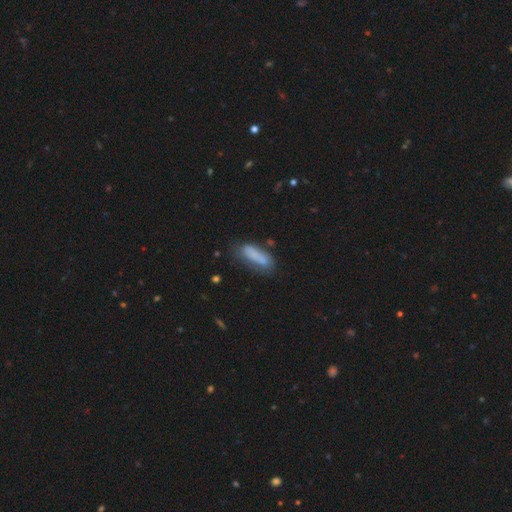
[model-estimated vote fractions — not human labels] A smooth galaxy with no disk features (76%) that is in between round and cigar-shaped (56%). Merging: none (55%).